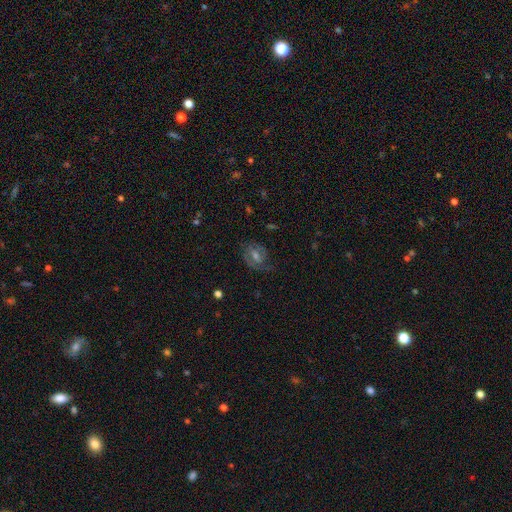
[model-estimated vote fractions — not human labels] smooth-or-featured: featured or disk: 61% | smooth: 25% | star or artifact: 14%
  disk-edge-on: no: 95% | yes: 5%
    bar: weak: 46% | no: 35% | strong: 19%
    has-spiral-arms: yes: 81% | no: 19%
    bulge-size: moderate: 52% | small: 34% | large: 7% | none: 5% | dominant: 1%
  merging: none: 68% | minor disturbance: 19% | major disturbance: 12% | merger: 2%